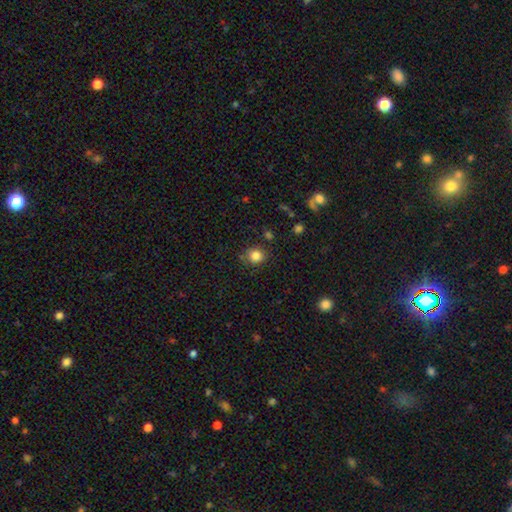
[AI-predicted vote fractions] Smooth or featured: smooth — 83% (star or artifact — 11%)
How rounded: round — 80% (in between — 19%)
Merging: none — 77% (minor disturbance — 15%)